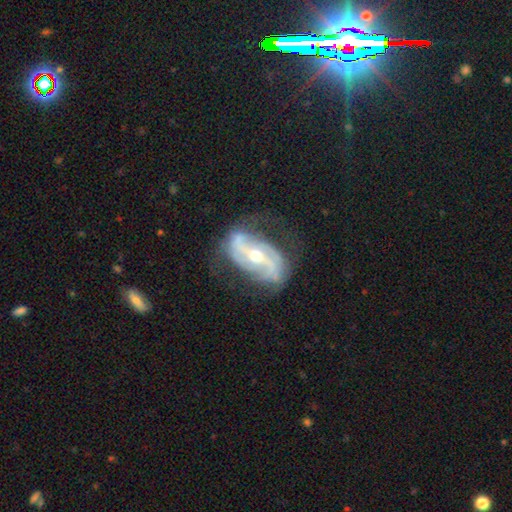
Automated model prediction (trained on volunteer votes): Morphology: type=featured or disk (87%); edge-on=no (95%); bar=strong (42%); spiral arms=yes (93%); winding=medium (41%); arm count=2 (69%); bulge=moderate (56%); merging=none (63%).